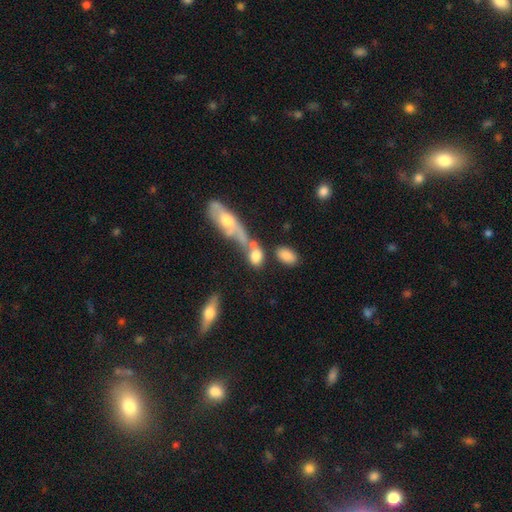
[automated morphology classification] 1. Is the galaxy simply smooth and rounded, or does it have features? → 76% smooth, 16% featured or disk, 8% star or artifact.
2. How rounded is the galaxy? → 70% in between, 22% round, 7% cigar-shaped.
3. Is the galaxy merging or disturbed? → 40% none, 38% merger, 13% minor disturbance, 9% major disturbance.